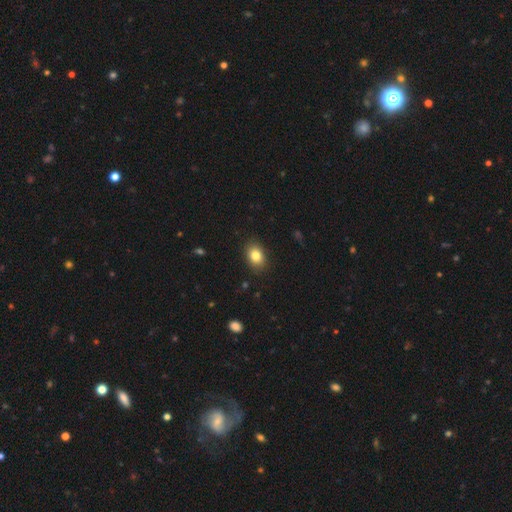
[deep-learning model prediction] This is clearly a smooth galaxy (83%). How rounded: likely in between (70%). Merging: clearly none (88%).